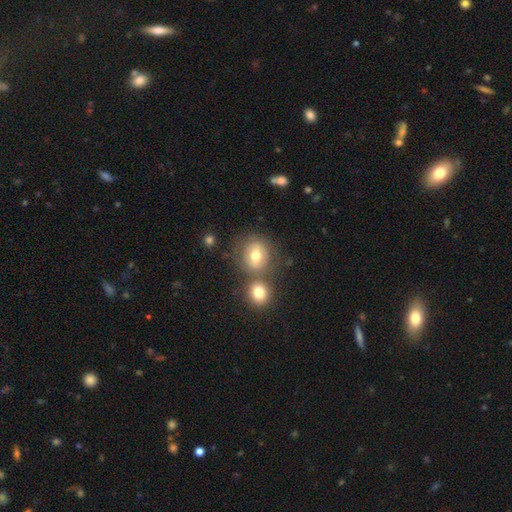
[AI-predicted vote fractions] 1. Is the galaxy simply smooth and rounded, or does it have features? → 66% smooth, 24% featured or disk, 10% star or artifact.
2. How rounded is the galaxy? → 73% round, 26% in between, 1% cigar-shaped.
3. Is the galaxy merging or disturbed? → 59% none, 24% merger, 12% minor disturbance, 5% major disturbance.